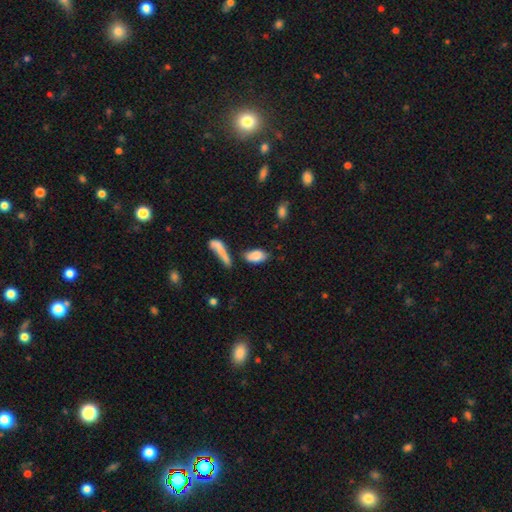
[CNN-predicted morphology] smooth 83%, featured or disk 10%, star or artifact 7%. Down the decision tree: how rounded — in between (88%); merging — none (57%).